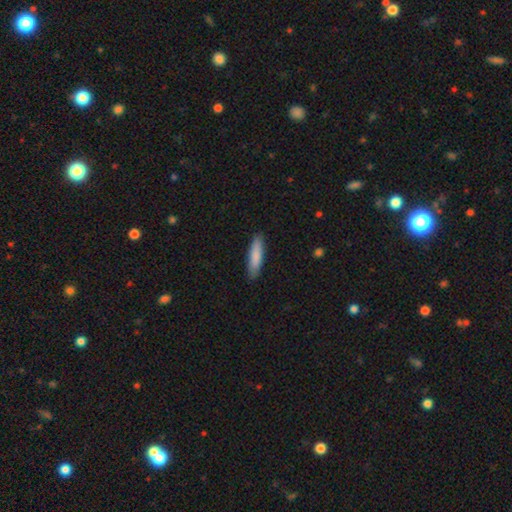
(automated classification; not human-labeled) smooth 85%, featured or disk 9%, star or artifact 5%. Down the decision tree: how rounded — cigar-shaped (75%); merging — none (88%).